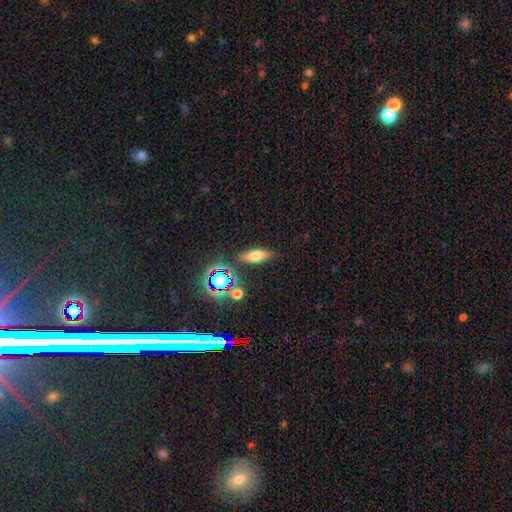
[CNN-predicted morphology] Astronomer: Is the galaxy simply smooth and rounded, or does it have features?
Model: smooth — 63%.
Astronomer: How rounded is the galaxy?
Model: in between — 57% (runner-up: cigar-shaped, 36%).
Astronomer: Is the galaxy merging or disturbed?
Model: none — 79%.